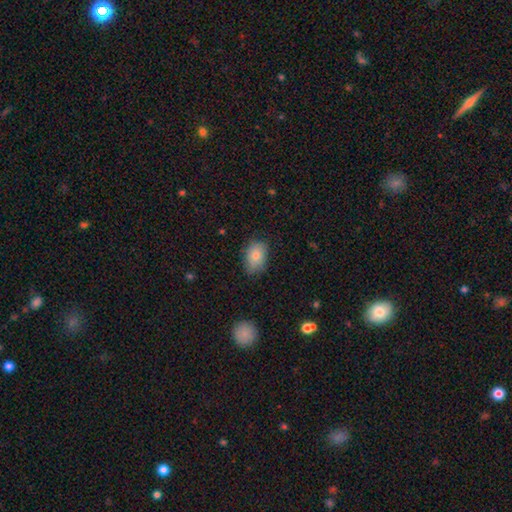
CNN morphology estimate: Smooth or featured? smooth (81%)
How rounded? in between (83%)
Merging? none (77%)